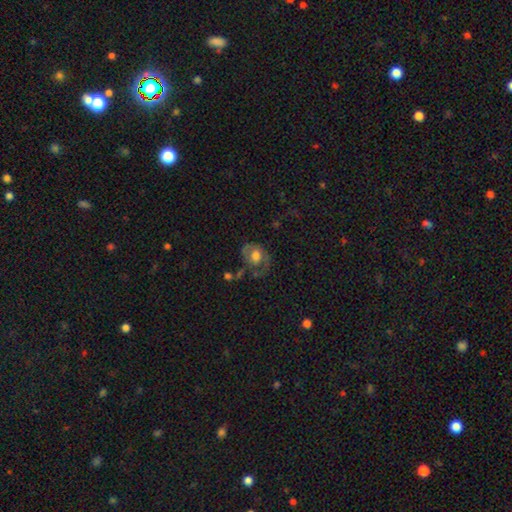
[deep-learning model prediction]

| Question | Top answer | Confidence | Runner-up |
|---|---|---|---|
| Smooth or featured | featured or disk | 48% | smooth (44%) |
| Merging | none | 38% | major disturbance (30%) |